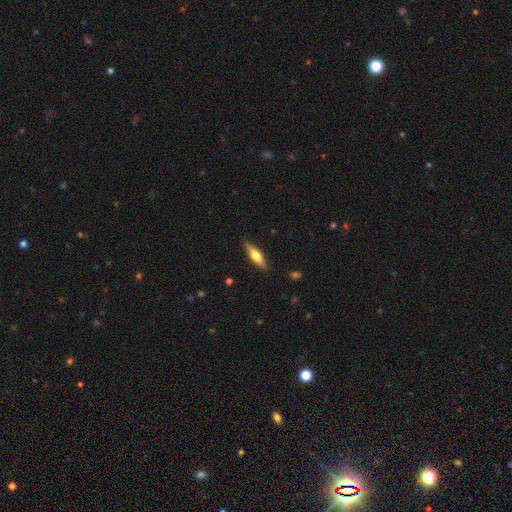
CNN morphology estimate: smooth 52%, featured or disk 43%, star or artifact 6%. Down the decision tree: how rounded — cigar-shaped (61%); merging — none (88%).